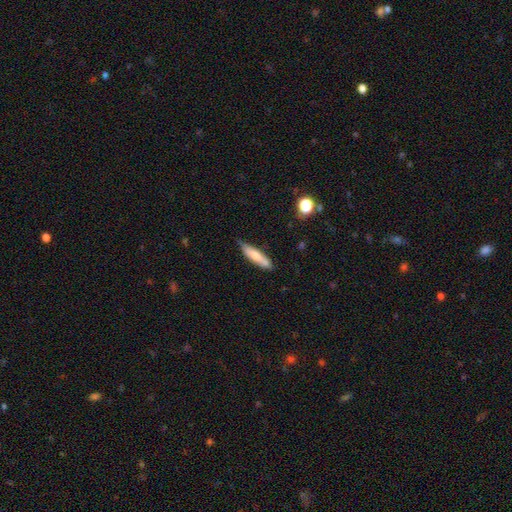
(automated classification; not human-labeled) Smooth or featured? smooth (70%)
How rounded? cigar-shaped (74%)
Merging? none (73%)